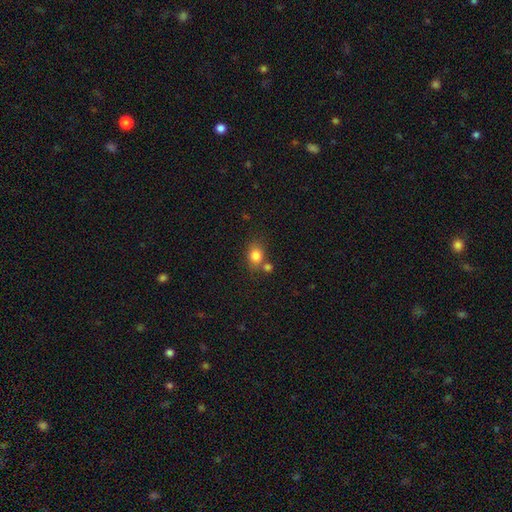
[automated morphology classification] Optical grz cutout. It shows a smooth galaxy with no disk features (83%) that is in between round and cigar-shaped (54%). Merging: none (61%).